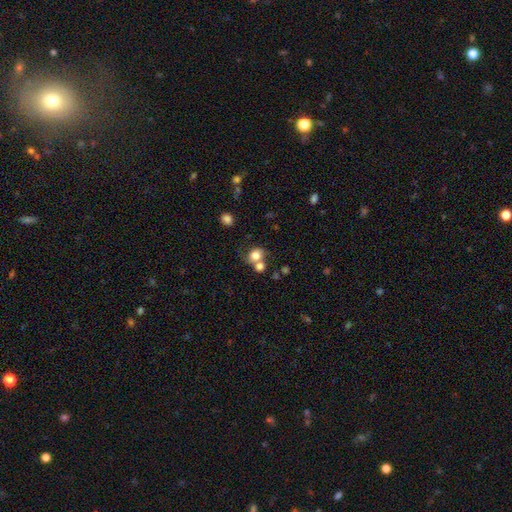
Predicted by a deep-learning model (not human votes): smooth_or_featured: smooth (p=0.76) [alt: featured or disk p=0.13]
how_rounded: round (p=0.68) [alt: in between p=0.31]
merging: none (p=0.42) [alt: merger p=0.40]